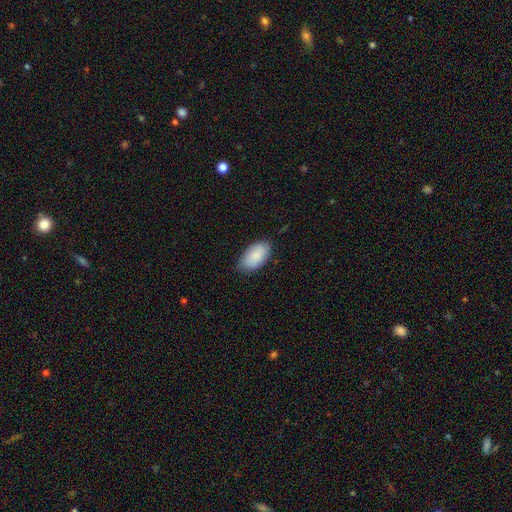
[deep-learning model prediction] smooth-or-featured: smooth: 88% | featured or disk: 7% | star or artifact: 6%
  how-rounded: in between: 95% | round: 3% | cigar-shaped: 2%
  merging: none: 73% | minor disturbance: 23% | major disturbance: 3% | merger: 1%